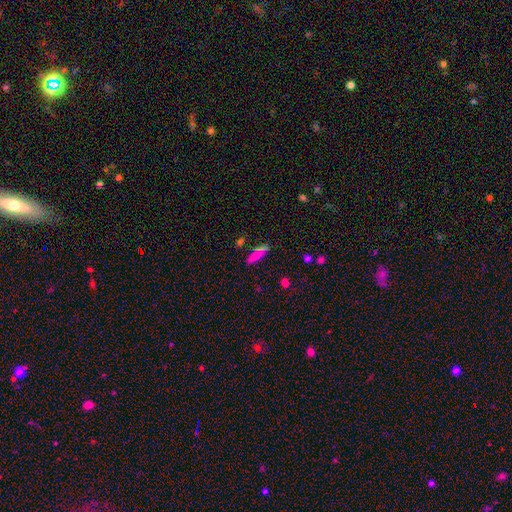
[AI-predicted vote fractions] This is likely a smooth galaxy (72%). How rounded: likely cigar-shaped (61%). Merging: likely none (77%).